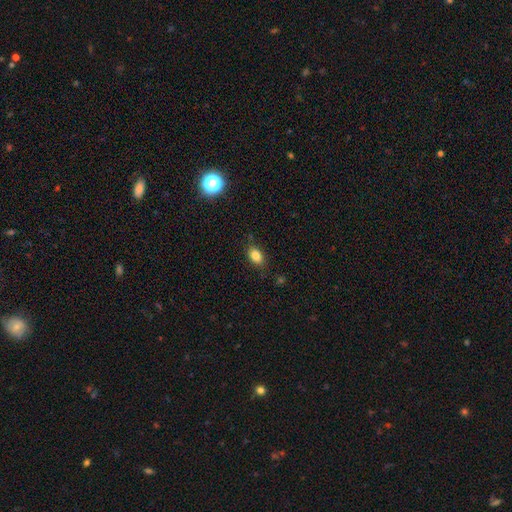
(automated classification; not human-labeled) A smooth galaxy with no disk features (84%) that is in between round and cigar-shaped (85%).

Vote fractions:
- Smooth or featured? smooth: 84% / star or artifact: 10% / featured or disk: 6%
- How rounded? in between: 85% / round: 13% / cigar-shaped: 2%
- Merging? none: 81% / minor disturbance: 14% / major disturbance: 3% / merger: 2%